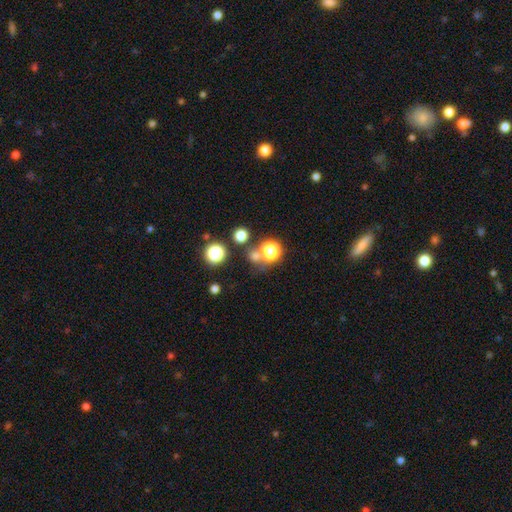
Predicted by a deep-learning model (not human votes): smooth 65%, star or artifact 28%, featured or disk 7%. Down the decision tree: how rounded — round (87%); merging — none (64%).